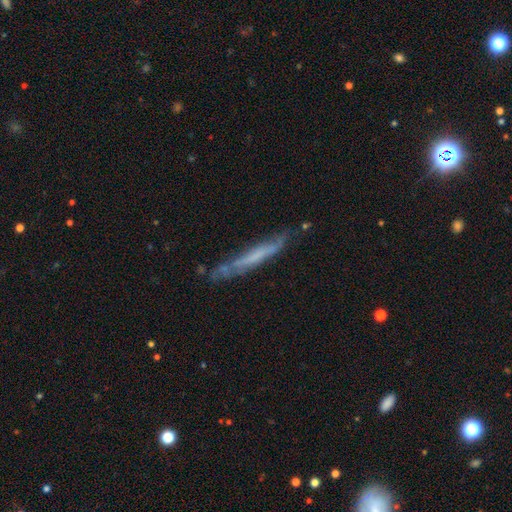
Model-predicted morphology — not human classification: Smooth or featured: featured or disk — 53% (smooth — 39%)
Edge-on disk: yes — 79% (no — 21%)
Merging: none — 64% (minor disturbance — 25%)